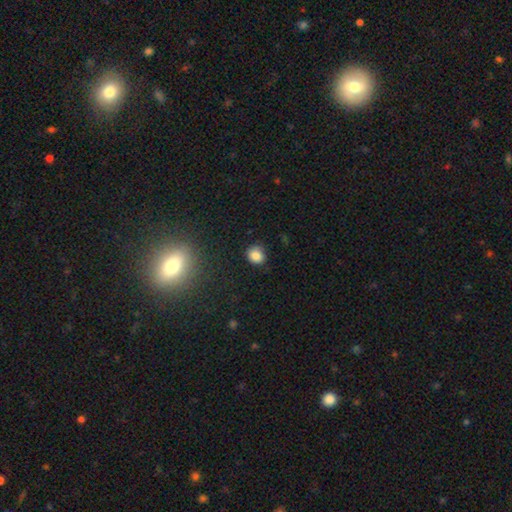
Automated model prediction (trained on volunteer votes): Smooth or featured? smooth (84%)
How rounded? round (76%)
Merging? none (80%)